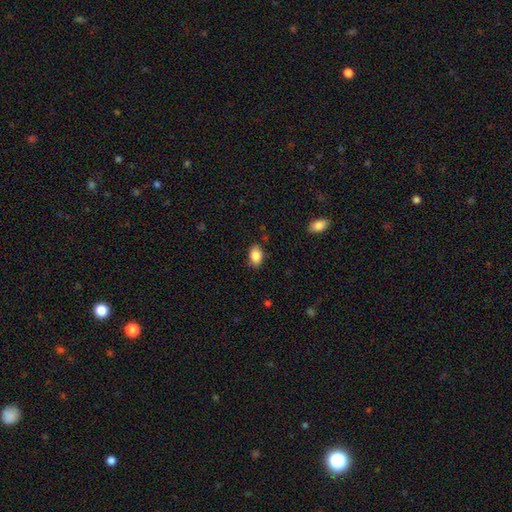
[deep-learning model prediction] Morphology: type=smooth (87%); roundness=in between (84%); merging=none (83%).